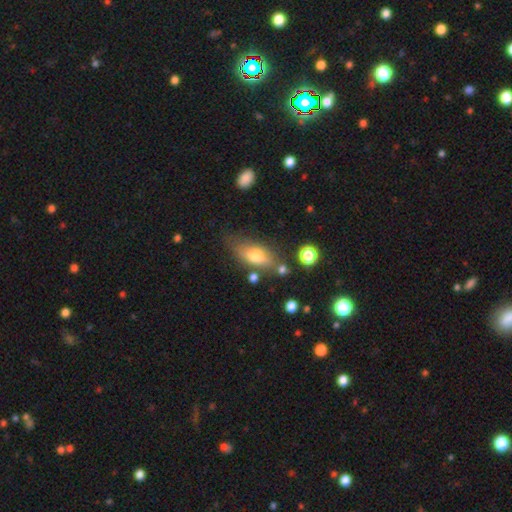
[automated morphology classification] smooth 62%, featured or disk 30%, star or artifact 8%. Down the decision tree: how rounded — in between (74%); merging — none (62%).